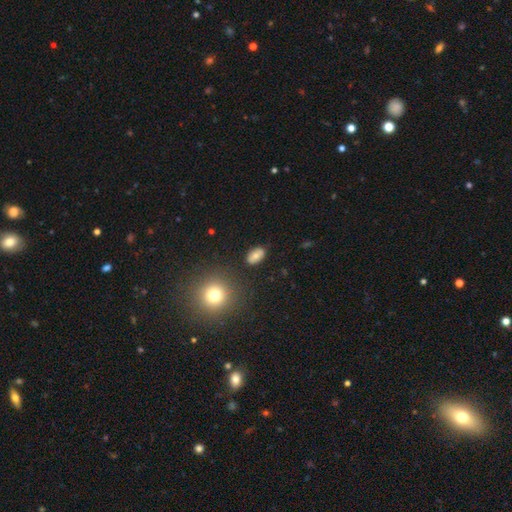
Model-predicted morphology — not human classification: smooth 76%, featured or disk 13%, star or artifact 11%. Down the decision tree: how rounded — in between (87%); merging — none (83%).